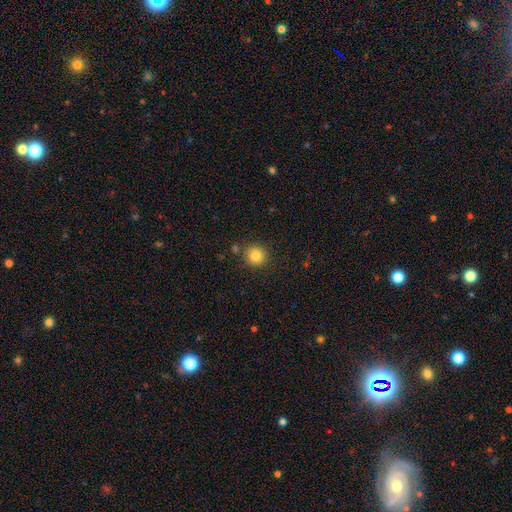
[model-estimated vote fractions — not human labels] Morphology: type=smooth (83%); roundness=round (93%); merging=none (85%).